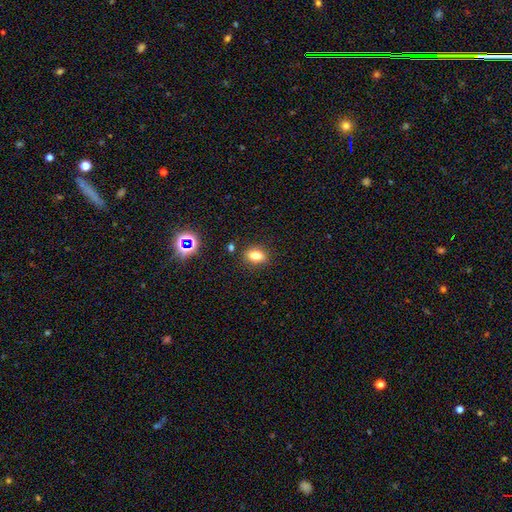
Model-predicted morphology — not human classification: smooth 76%, star or artifact 14%, featured or disk 10%. Down the decision tree: how rounded — in between (77%); merging — none (84%).